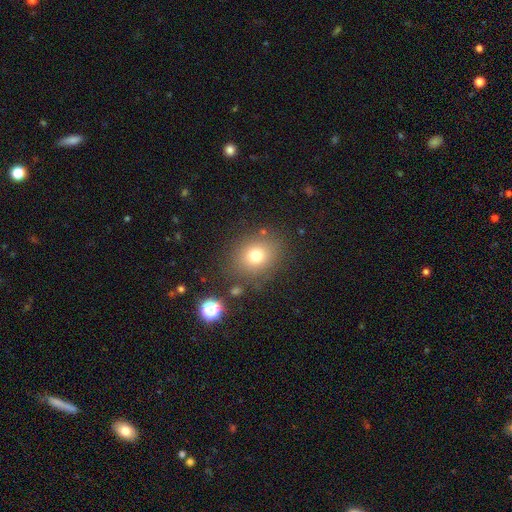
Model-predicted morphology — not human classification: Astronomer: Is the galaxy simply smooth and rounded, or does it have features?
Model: smooth — 75%.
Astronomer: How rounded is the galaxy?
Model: round — 64%.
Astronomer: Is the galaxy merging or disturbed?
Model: none — 79%.